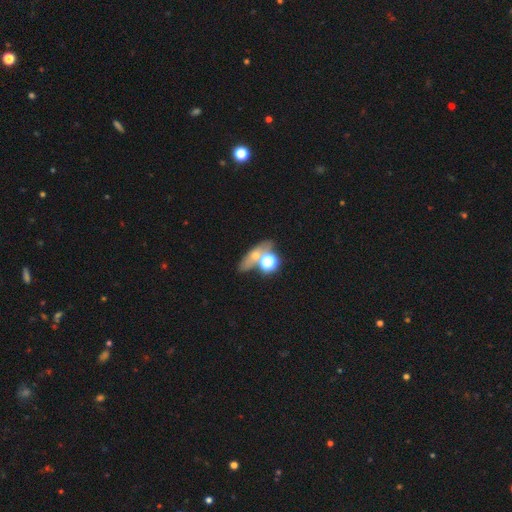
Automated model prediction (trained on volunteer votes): Q: Smooth or featured?
A: smooth (47%); runner-up: star or artifact (30%)
Q: Merging?
A: none (52%); runner-up: merger (27%)